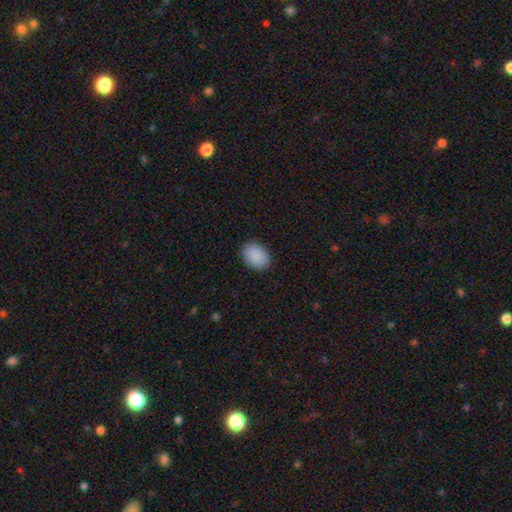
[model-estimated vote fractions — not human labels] Smooth or featured: smooth — 90% (star or artifact — 7%)
How rounded: in between — 75% (round — 24%)
Merging: none — 89% (minor disturbance — 8%)